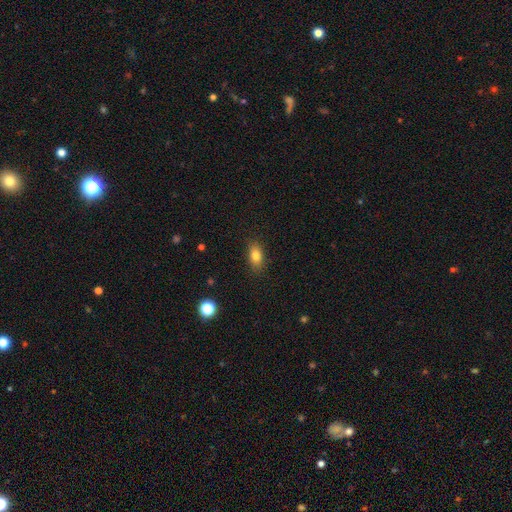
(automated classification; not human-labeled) A smooth galaxy with no disk features (81%) that is in between round and cigar-shaped (84%). Merging: none (86%).